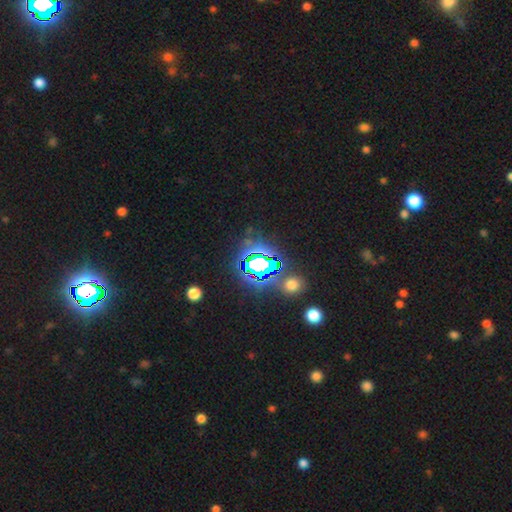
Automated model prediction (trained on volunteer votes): smooth-or-featured: star or artifact: 76% | smooth: 13% | featured or disk: 11%